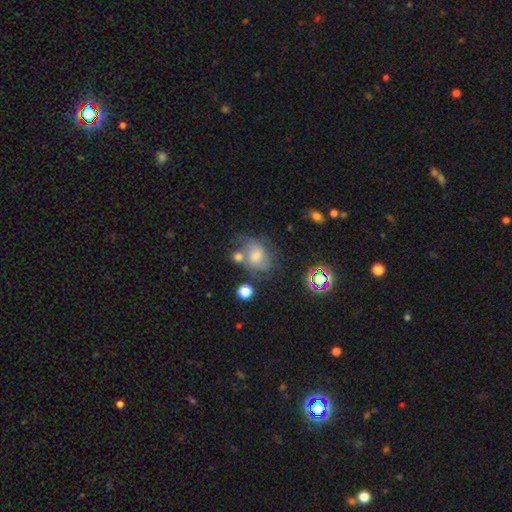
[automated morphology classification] smooth_or_featured: featured or disk (p=0.45) [alt: smooth p=0.34]
merging: none (p=0.47) [alt: minor disturbance p=0.22]